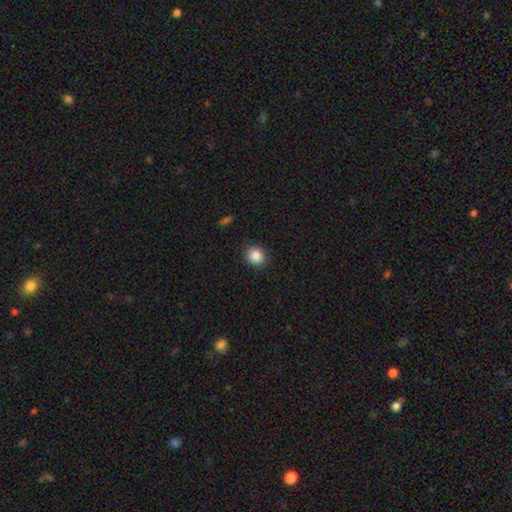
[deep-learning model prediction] A smooth galaxy with no disk features (87%) that is round (79%). Merging: none (88%).